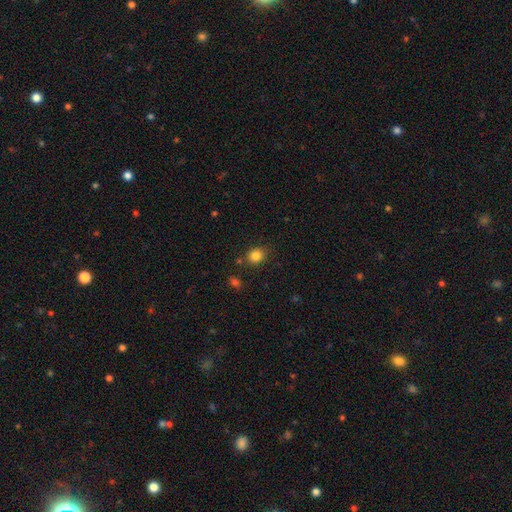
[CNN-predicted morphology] Smooth or featured: smooth — 84% (star or artifact — 11%)
How rounded: round — 70% (in between — 29%)
Merging: none — 81% (minor disturbance — 11%)